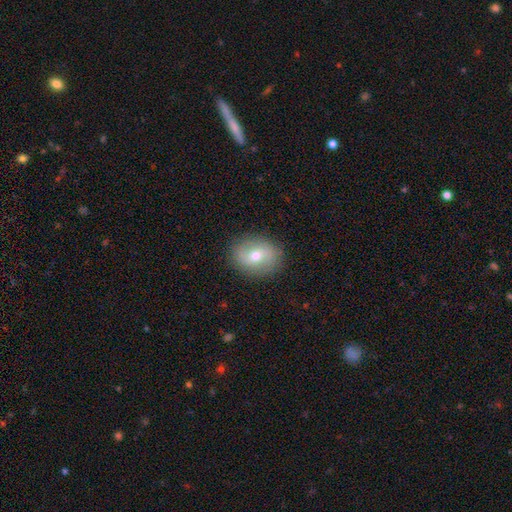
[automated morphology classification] type=smooth (57%); roundness=in between (52%); merging=none (87%).